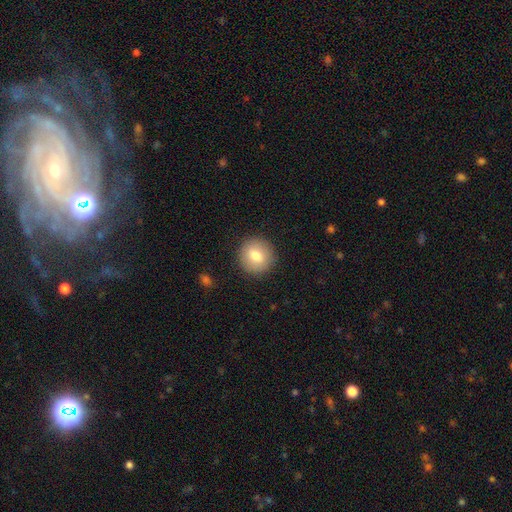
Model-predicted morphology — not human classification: Smooth or featured: smooth — 78% (featured or disk — 14%)
How rounded: round — 93% (in between — 7%)
Merging: none — 90% (minor disturbance — 6%)